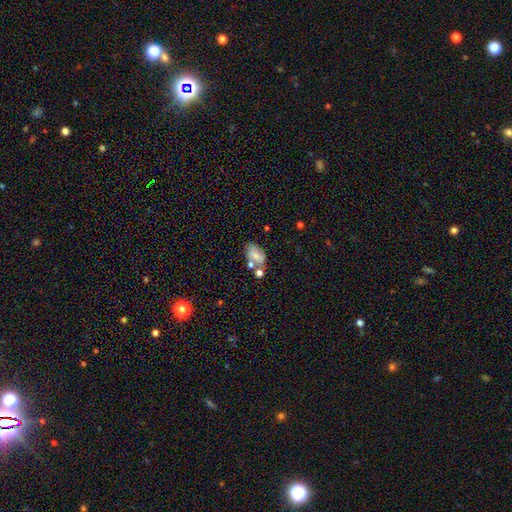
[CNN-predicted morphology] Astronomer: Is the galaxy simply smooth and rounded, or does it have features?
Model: smooth — 66%.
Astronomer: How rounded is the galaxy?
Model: in between — 89%.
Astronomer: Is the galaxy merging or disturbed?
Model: none — 47% (runner-up: merger, 25%).